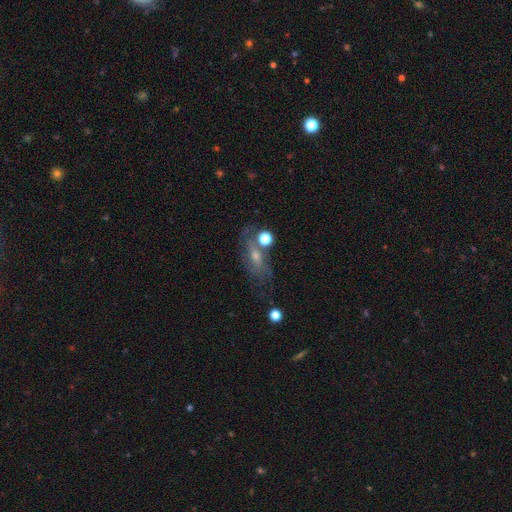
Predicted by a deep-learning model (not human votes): Morphology: type=featured or disk (51%); edge-on=no (81%); merging=none (53%).